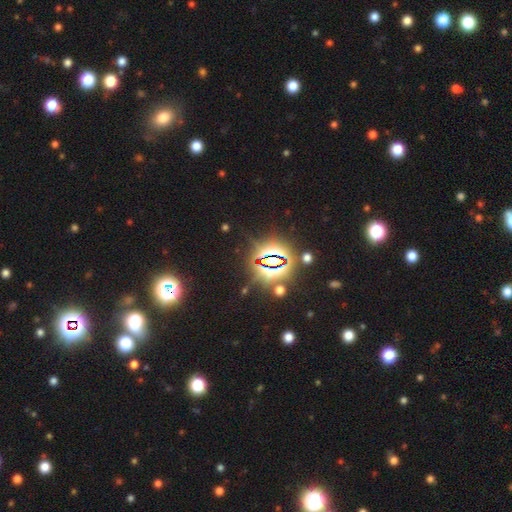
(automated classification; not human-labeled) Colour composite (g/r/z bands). It shows a star or artifact, not a galaxy (81%).